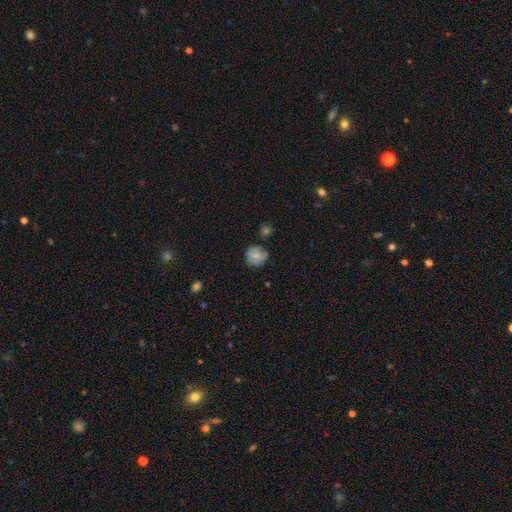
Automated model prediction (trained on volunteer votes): Smooth or featured? Predicted: smooth (p=0.80). How rounded? Predicted: round (p=0.89). Merging? Predicted: none (p=0.73).